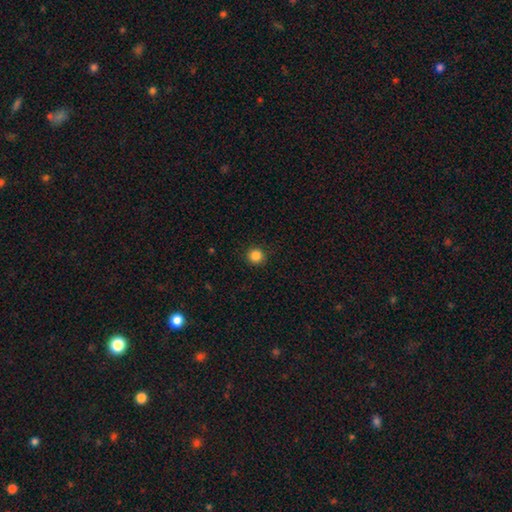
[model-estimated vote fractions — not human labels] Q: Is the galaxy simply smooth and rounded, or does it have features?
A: smooth — 86%.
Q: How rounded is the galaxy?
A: round — 95%.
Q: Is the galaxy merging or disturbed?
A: none — 92%.